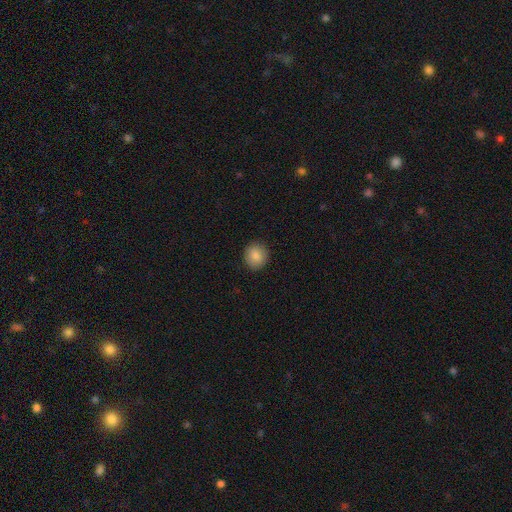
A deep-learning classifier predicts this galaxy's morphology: Smooth or featured? smooth (86%)
How rounded? round (87%)
Merging? none (91%)